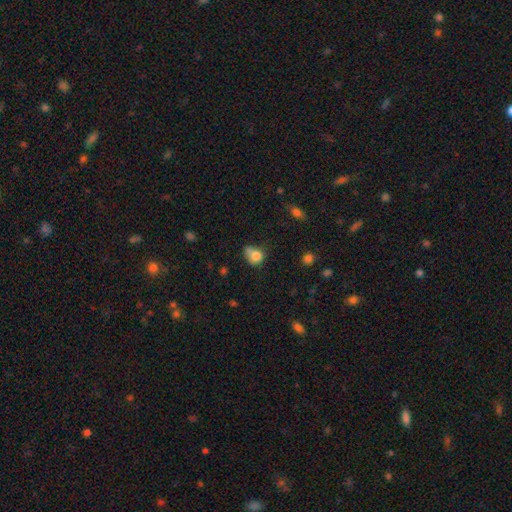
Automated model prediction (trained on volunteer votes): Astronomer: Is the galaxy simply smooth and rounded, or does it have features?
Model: smooth — 77%.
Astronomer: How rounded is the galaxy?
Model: round — 55% (runner-up: in between, 44%).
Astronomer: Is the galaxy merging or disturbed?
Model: none — 34% (runner-up: minor disturbance, 33%).